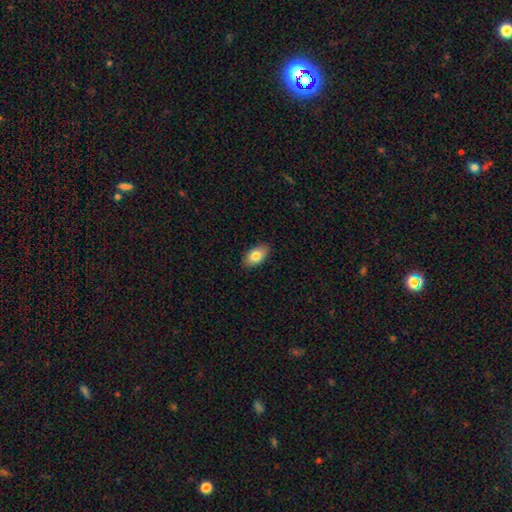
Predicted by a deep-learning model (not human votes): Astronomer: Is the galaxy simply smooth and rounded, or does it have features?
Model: smooth — 83%.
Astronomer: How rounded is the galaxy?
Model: in between — 94%.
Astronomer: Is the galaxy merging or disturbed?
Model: none — 89%.